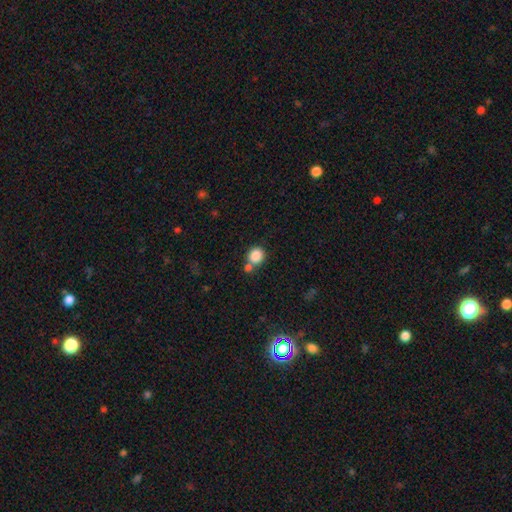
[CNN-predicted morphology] smooth-or-featured: smooth: 85% | star or artifact: 10% | featured or disk: 5%
  how-rounded: round: 83% | in between: 16% | cigar-shaped: 1%
  merging: none: 58% | merger: 29% | minor disturbance: 10% | major disturbance: 4%